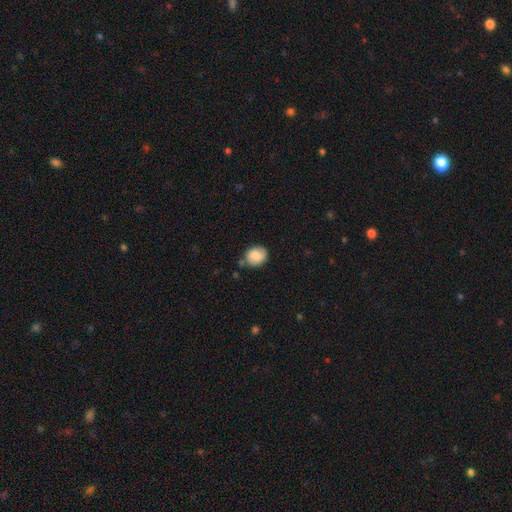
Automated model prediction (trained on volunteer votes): This appears to be a smooth galaxy with no disk features (79%) that is round (69%). Merging: none (73%).